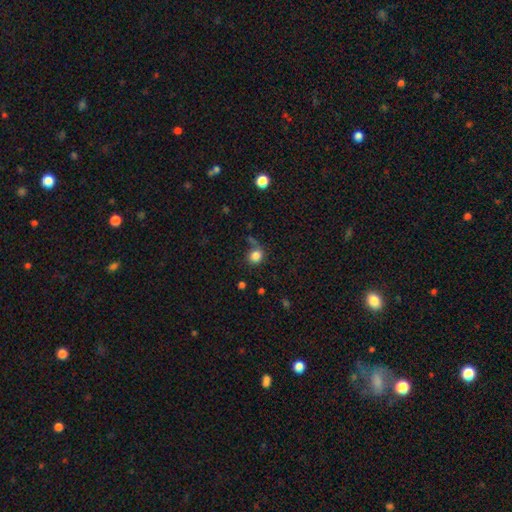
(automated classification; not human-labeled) Q: Smooth or featured?
A: smooth (83%); runner-up: star or artifact (11%)
Q: How rounded?
A: round (85%); runner-up: in between (14%)
Q: Merging?
A: none (67%); runner-up: minor disturbance (16%)